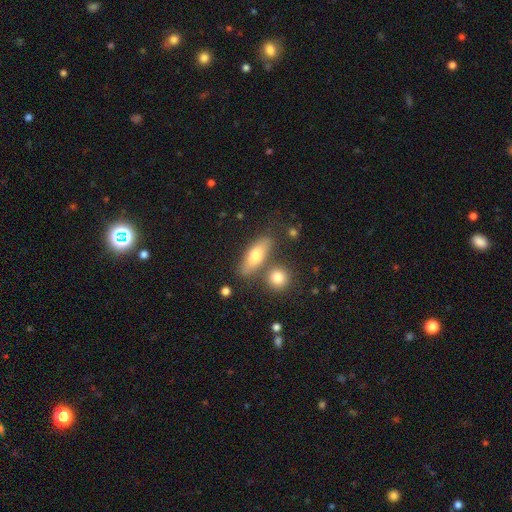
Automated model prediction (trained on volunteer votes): Overall: smooth (69%). How rounded: in between (65%; cigar-shaped 30%). Merging: none (70%).